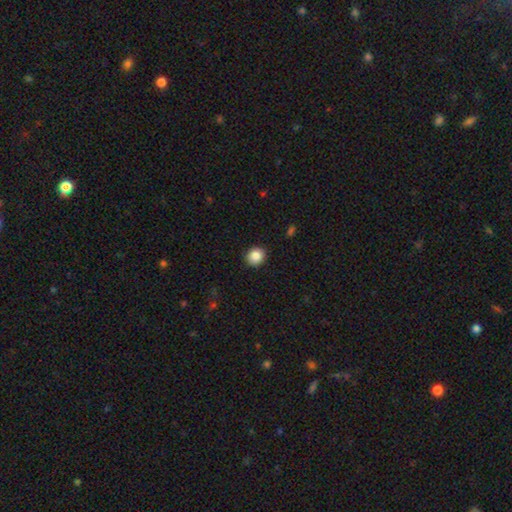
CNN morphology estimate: A smooth galaxy with no disk features (86%) that is round (82%).

Vote fractions:
- Smooth or featured? smooth: 86% / star or artifact: 9% / featured or disk: 5%
- How rounded? round: 82% / in between: 17% / cigar-shaped: 1%
- Merging? none: 91% / minor disturbance: 6% / major disturbance: 2% / merger: 1%